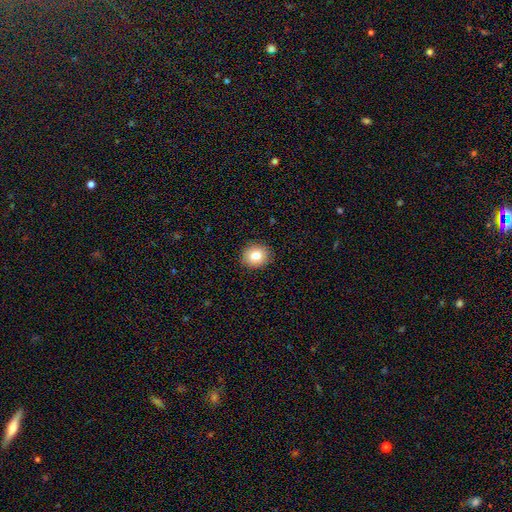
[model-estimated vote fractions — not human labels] Q: Smooth or featured?
A: smooth (82%); runner-up: star or artifact (9%)
Q: How rounded?
A: round (80%); runner-up: in between (19%)
Q: Merging?
A: none (91%); runner-up: minor disturbance (7%)